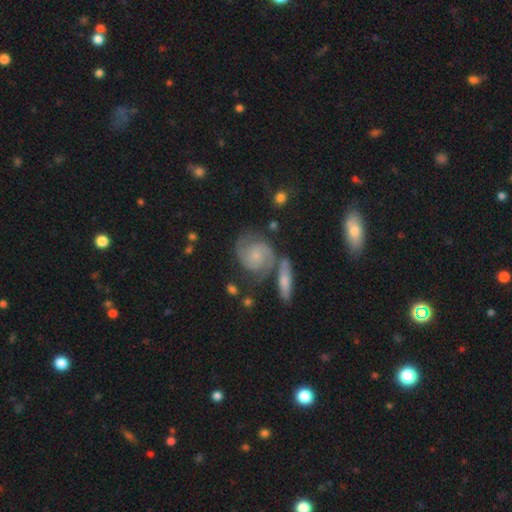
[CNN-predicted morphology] featured or disk 78%, smooth 15%, star or artifact 7%. Down the decision tree: edge-on disk — no (96%); bar — no (70%); spiral arms — yes (95%); spiral arm count — 2 (83%); spiral winding — medium (47%); bulge size — small (72%); merging — none (59%).